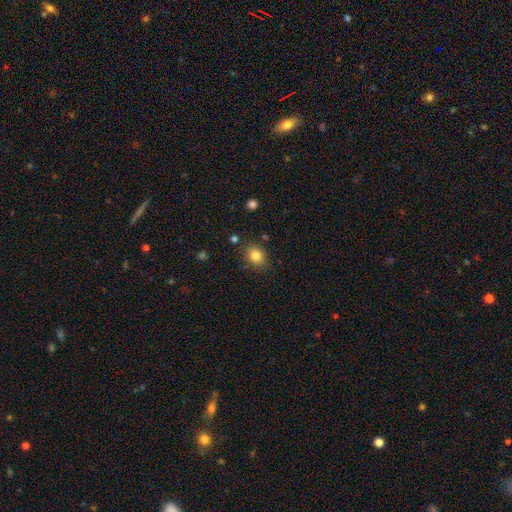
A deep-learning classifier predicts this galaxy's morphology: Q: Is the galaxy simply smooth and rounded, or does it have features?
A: smooth — 83%.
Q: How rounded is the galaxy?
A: round — 64%.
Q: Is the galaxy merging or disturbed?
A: none — 82%.